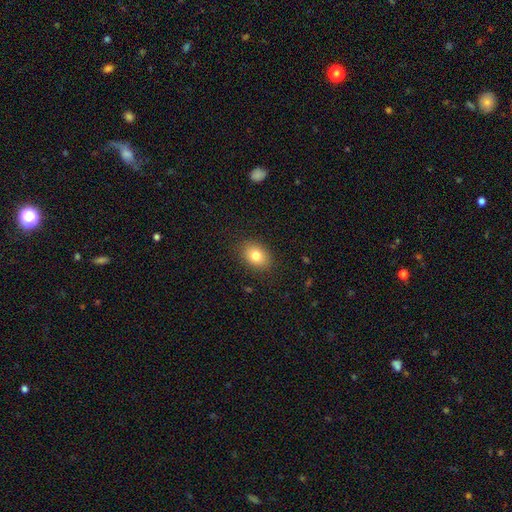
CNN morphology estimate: A smooth galaxy with no disk features (80%) that is in between round and cigar-shaped (71%).

Vote fractions:
- Smooth or featured? smooth: 80% / featured or disk: 11% / star or artifact: 10%
- How rounded? in between: 71% / round: 28% / cigar-shaped: 1%
- Merging? none: 88% / minor disturbance: 9% / major disturbance: 2% / merger: 1%